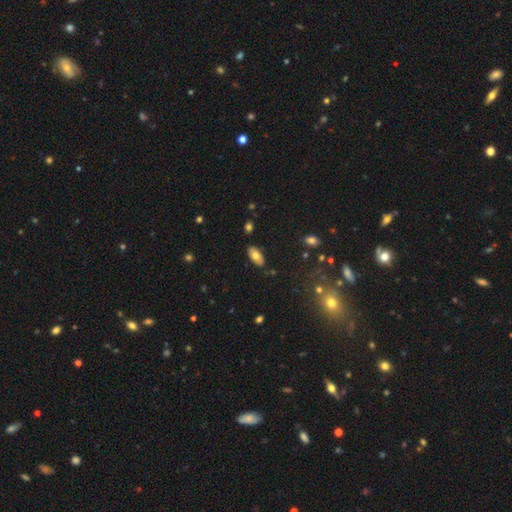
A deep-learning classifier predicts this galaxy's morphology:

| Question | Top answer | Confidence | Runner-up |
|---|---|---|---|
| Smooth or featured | smooth | 72% | featured or disk (20%) |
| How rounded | in between | 92% | cigar-shaped (5%) |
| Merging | none | 84% | minor disturbance (12%) |